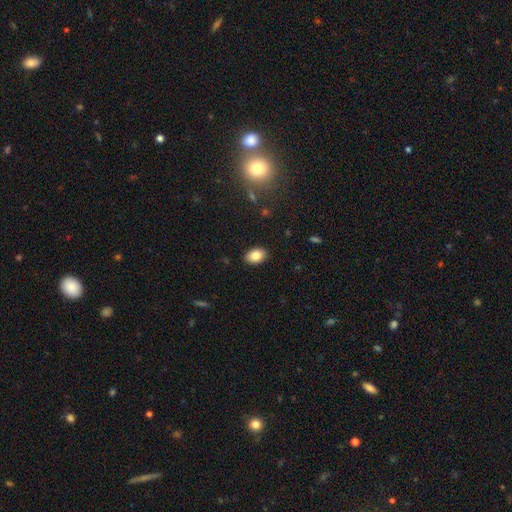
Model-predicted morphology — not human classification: smooth-or-featured: smooth: 83% | star or artifact: 9% | featured or disk: 8%
  how-rounded: in between: 84% | round: 15% | cigar-shaped: 1%
  merging: none: 89% | minor disturbance: 8% | major disturbance: 2% | merger: 1%